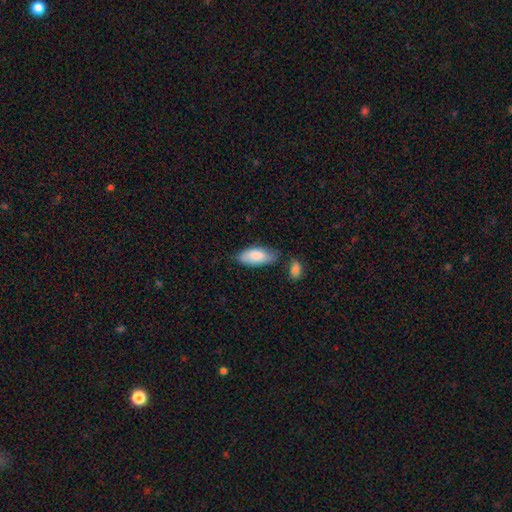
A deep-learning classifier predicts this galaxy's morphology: type=smooth (85%); roundness=in between (86%); merging=none (63%).